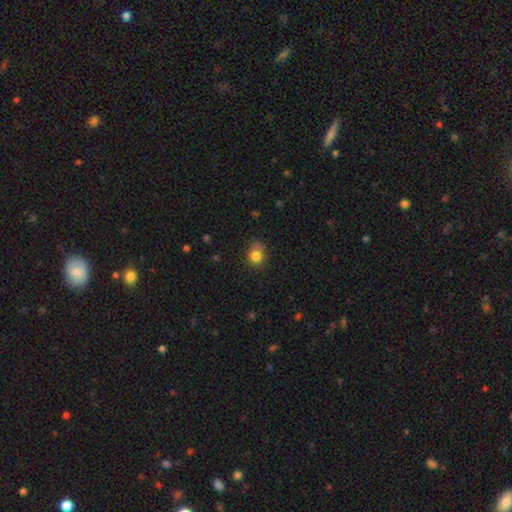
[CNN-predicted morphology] A smooth galaxy with no disk features (81%) that is round (71%). Merging: none (59%).